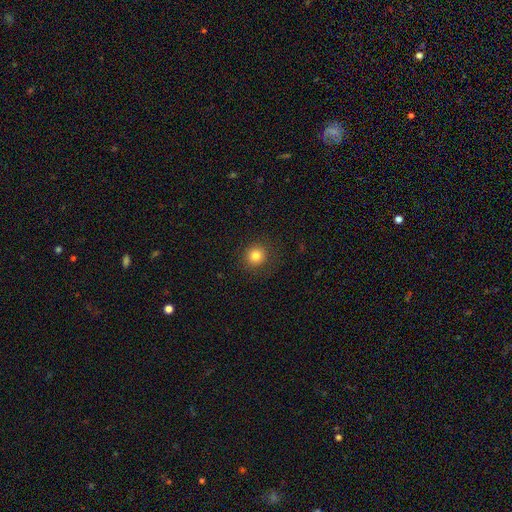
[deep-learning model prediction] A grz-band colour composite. It shows a smooth galaxy with no disk features (81%) that is round (91%). Merging: none (89%).